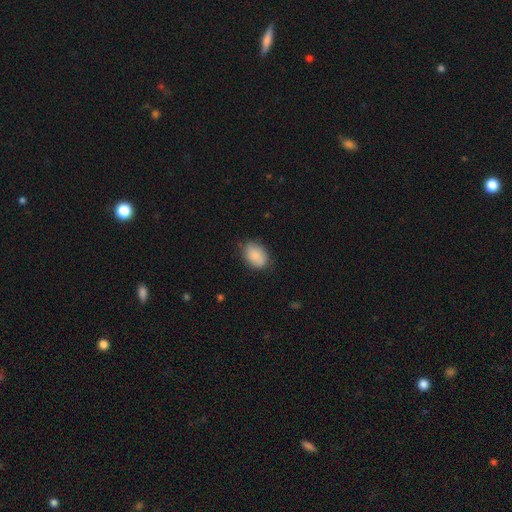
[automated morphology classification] A smooth galaxy with no disk features (87%) that is in between round and cigar-shaped (80%). Merging: none (78%).